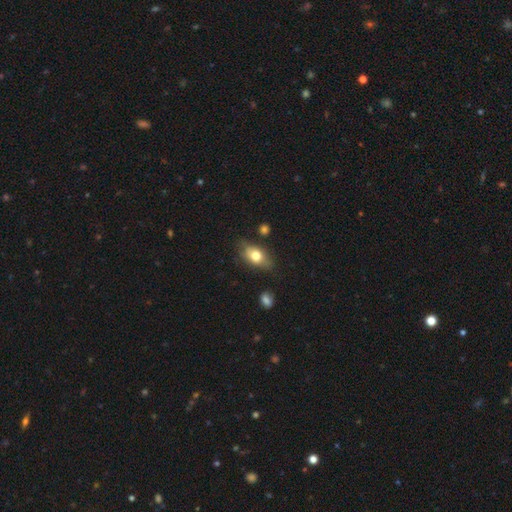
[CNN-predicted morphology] smooth_or_featured: smooth (p=0.73) [alt: featured or disk p=0.20]
how_rounded: in between (p=0.84) [alt: round p=0.11]
merging: none (p=0.72) [alt: minor disturbance p=0.21]